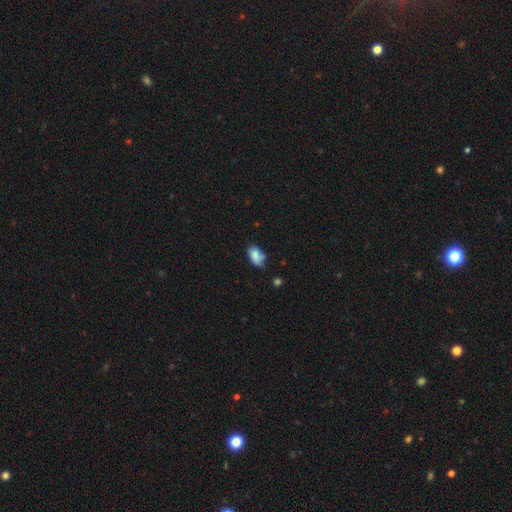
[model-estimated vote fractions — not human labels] Q: Smooth or featured?
A: smooth (71%); runner-up: featured or disk (20%)
Q: How rounded?
A: in between (90%); runner-up: round (8%)
Q: Merging?
A: none (45%); runner-up: minor disturbance (36%)